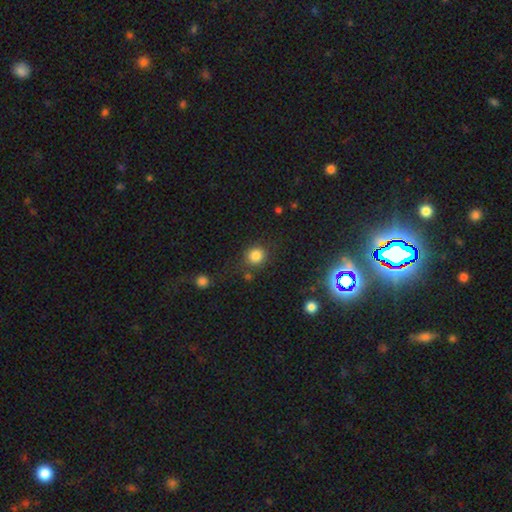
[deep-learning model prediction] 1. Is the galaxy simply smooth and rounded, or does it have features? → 82% smooth, 13% star or artifact, 5% featured or disk.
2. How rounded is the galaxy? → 87% round, 12% in between, 1% cigar-shaped.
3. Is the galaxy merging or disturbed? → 79% none, 11% minor disturbance, 6% merger, 5% major disturbance.